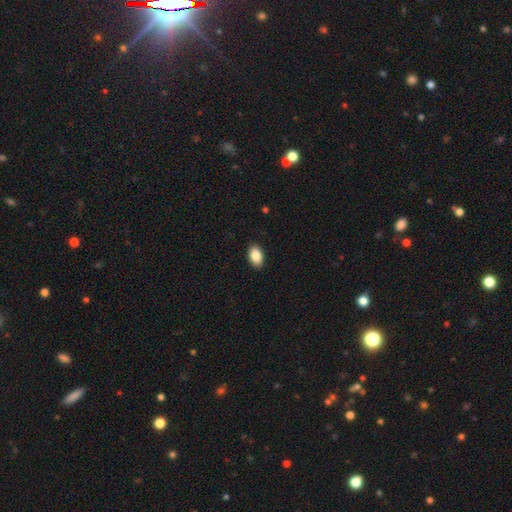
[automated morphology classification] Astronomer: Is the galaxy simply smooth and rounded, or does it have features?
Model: smooth — 87%.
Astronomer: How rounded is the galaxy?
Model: in between — 91%.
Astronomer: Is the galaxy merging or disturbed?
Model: none — 90%.